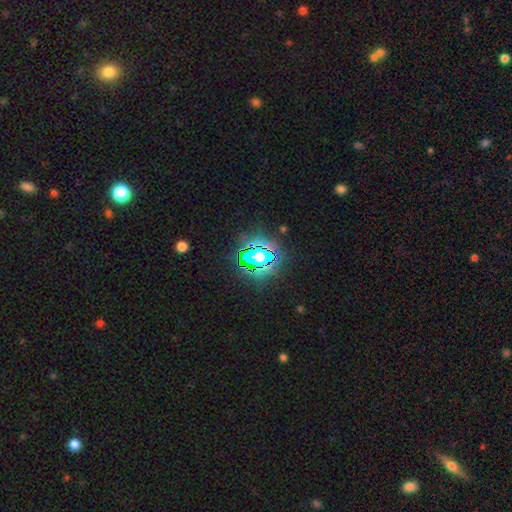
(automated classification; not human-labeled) smooth_or_featured: star or artifact (p=0.67) [alt: smooth p=0.21]